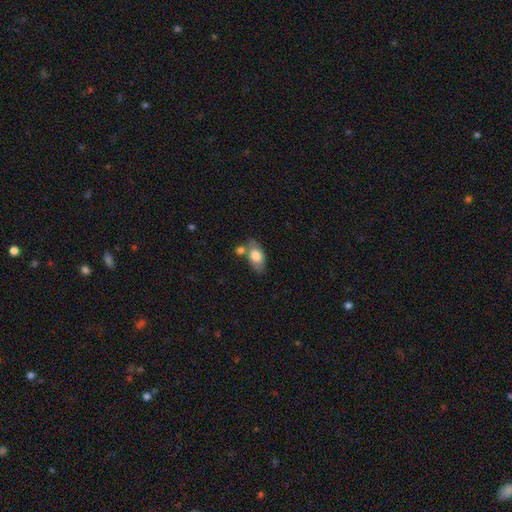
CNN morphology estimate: A smooth galaxy with no disk features (75%) that is in between round and cigar-shaped (89%). Merging: none (57%).